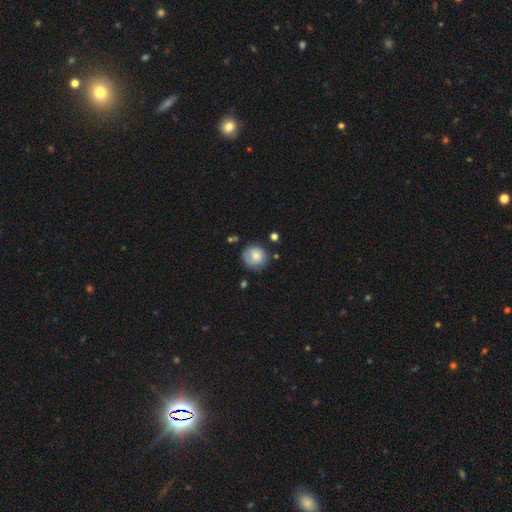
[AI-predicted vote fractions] Smooth or featured: smooth — 61% (featured or disk — 32%)
How rounded: round — 85% (in between — 14%)
Merging: none — 70% (minor disturbance — 20%)